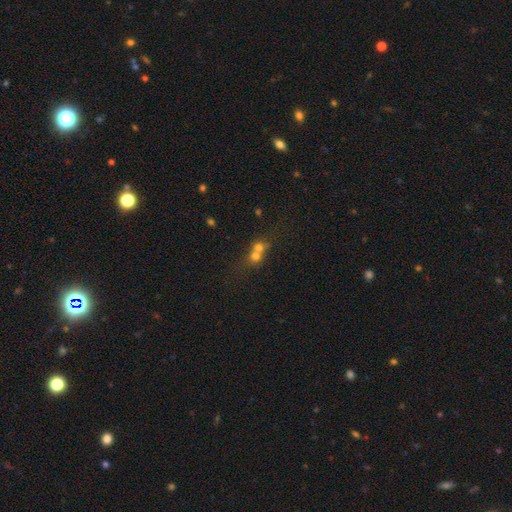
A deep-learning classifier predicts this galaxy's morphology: Smooth or featured? smooth (66%)
How rounded? round (78%)
Merging? merger (68%)